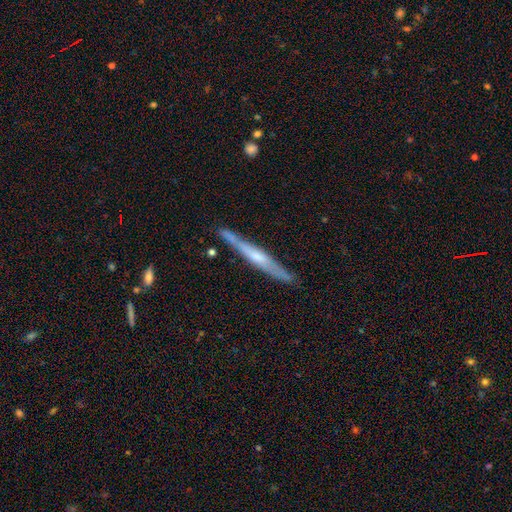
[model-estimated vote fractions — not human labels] Smooth or featured? Predicted: featured or disk (p=0.64). Edge-on disk? Predicted: yes (p=0.94). Edge-on bulge? Predicted: rounded (p=0.46). Merging? Predicted: none (p=0.83).